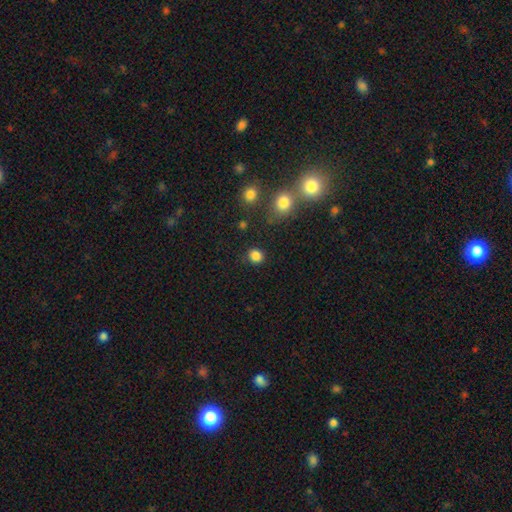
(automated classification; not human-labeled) smooth-or-featured: smooth: 85% | star or artifact: 12% | featured or disk: 4%
  how-rounded: round: 79% | in between: 20% | cigar-shaped: 1%
  merging: none: 85% | minor disturbance: 9% | major disturbance: 3% | merger: 3%